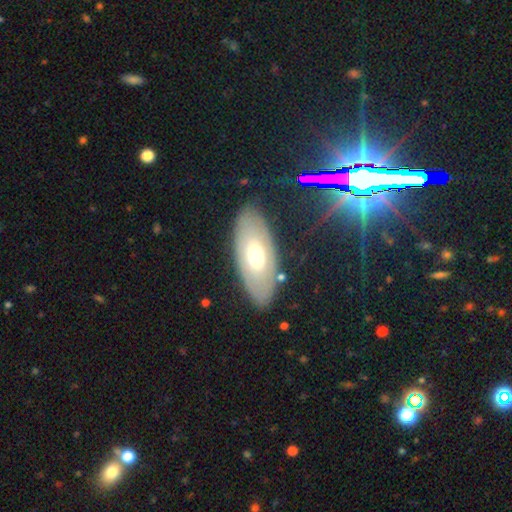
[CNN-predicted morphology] Overall: smooth (50%; featured or disk 44%). Merging: none (82%).